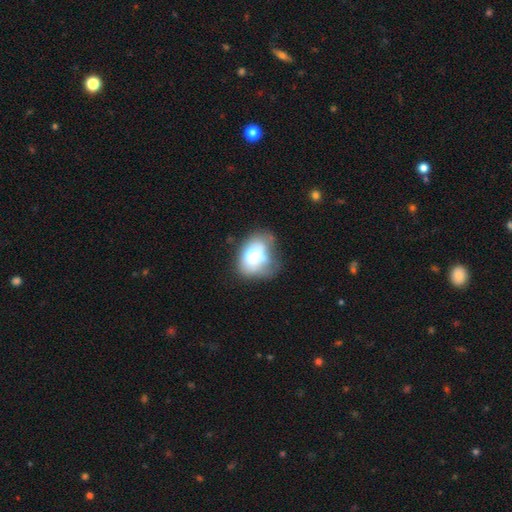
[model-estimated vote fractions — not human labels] Smooth or featured? Predicted: smooth (p=0.64). How rounded? Predicted: in between (p=0.71). Merging? Predicted: none (p=0.34).